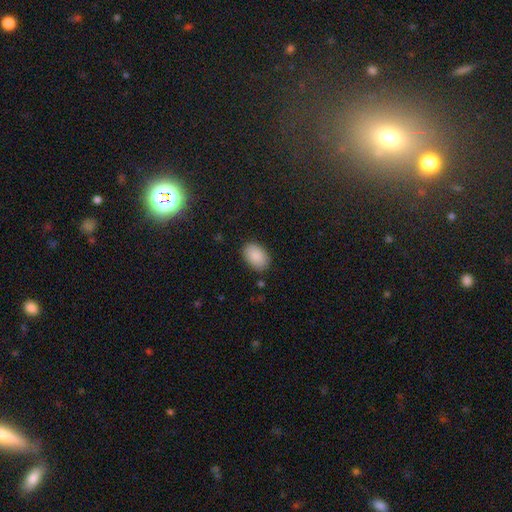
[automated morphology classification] Smooth or featured? Predicted: smooth (p=0.89). How rounded? Predicted: in between (p=0.88). Merging? Predicted: none (p=0.86).